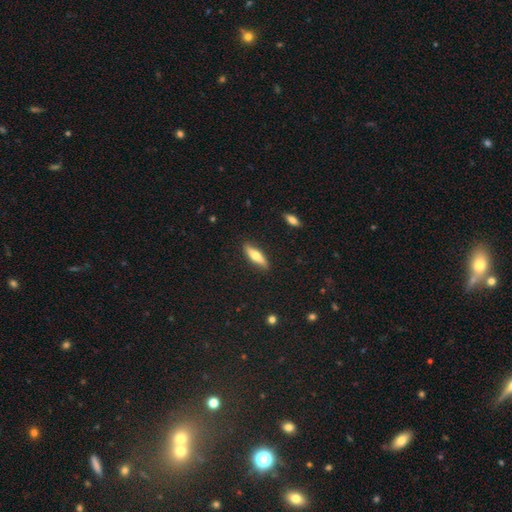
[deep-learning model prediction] smooth 59%, featured or disk 36%, star or artifact 6%. Down the decision tree: how rounded — cigar-shaped (66%); merging — none (88%).